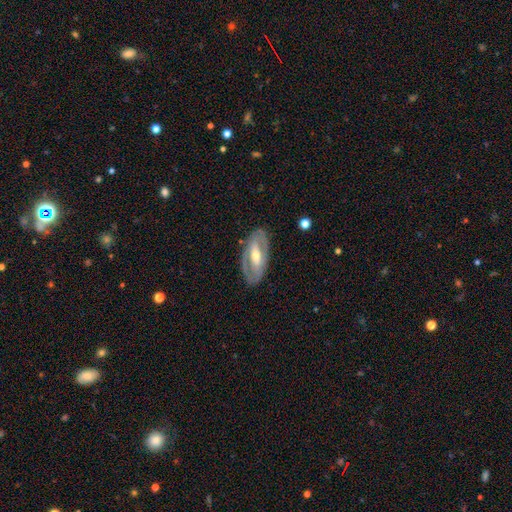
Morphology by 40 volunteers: Smooth or featured? 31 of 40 (78%) said featured or disk. Edge-on disk? 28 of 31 (90%) said no. Bar? 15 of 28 (54%) said strong. Spiral arms? 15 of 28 (54%) said yes. Spiral winding? 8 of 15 (53%) said tight. Spiral arm count? 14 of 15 (93%) said 2. Bulge size? 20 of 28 (71%) said moderate. Merging? 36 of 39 (92%) said none.